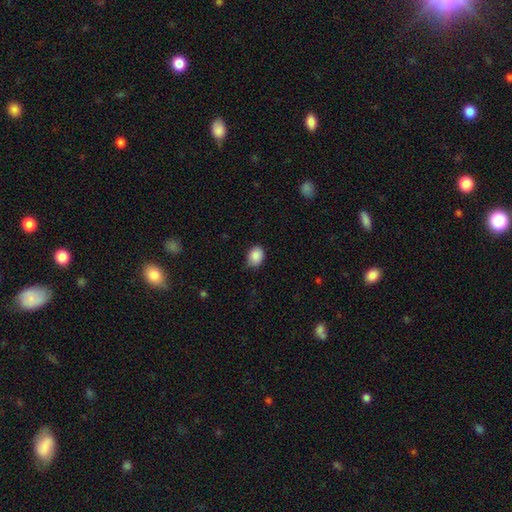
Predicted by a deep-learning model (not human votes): Morphology: type=smooth (87%); roundness=in between (60%); merging=none (74%).